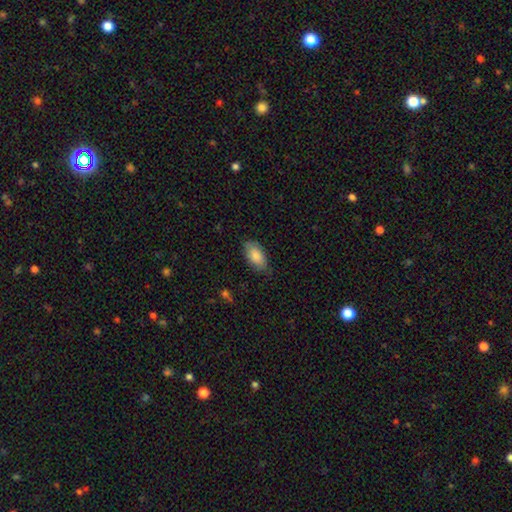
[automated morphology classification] type=smooth (83%); roundness=in between (94%); merging=none (74%).